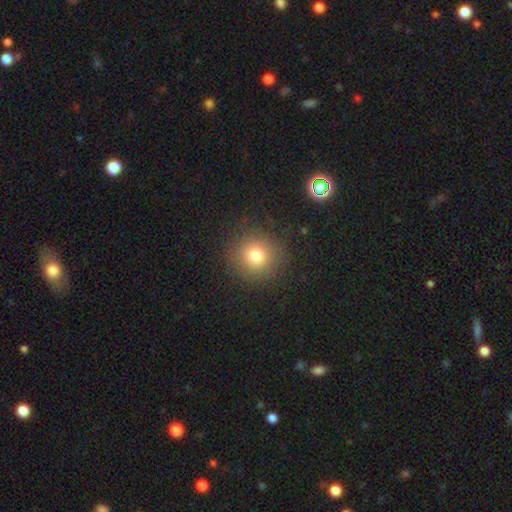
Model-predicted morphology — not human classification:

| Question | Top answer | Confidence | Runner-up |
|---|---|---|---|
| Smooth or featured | smooth | 76% | star or artifact (14%) |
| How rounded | round | 92% | in between (7%) |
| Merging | none | 88% | minor disturbance (7%) |